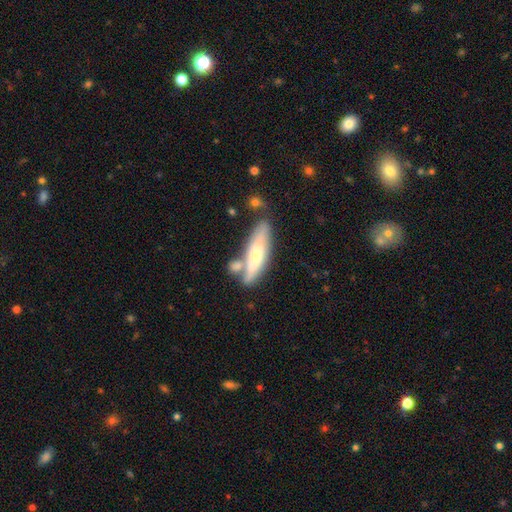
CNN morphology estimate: Smooth or featured? smooth (53%)
How rounded? cigar-shaped (66%)
Merging? none (57%)